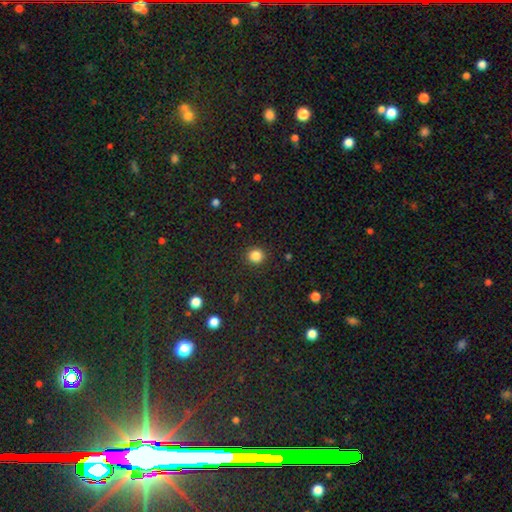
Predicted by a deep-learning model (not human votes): smooth_or_featured: smooth (p=0.85) [alt: star or artifact p=0.12]
how_rounded: round (p=0.92) [alt: in between p=0.07]
merging: none (p=0.92) [alt: minor disturbance p=0.05]